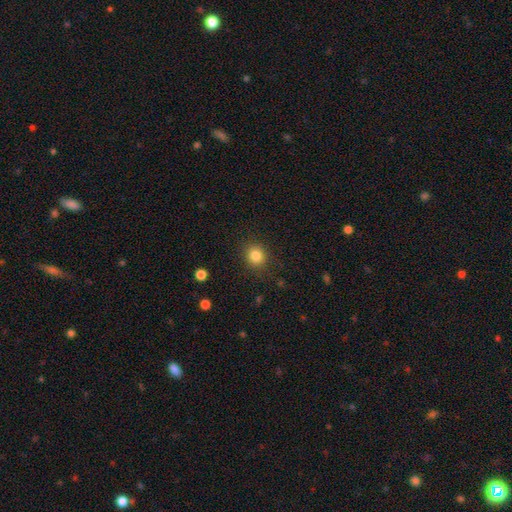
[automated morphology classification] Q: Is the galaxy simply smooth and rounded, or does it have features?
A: smooth — 84%.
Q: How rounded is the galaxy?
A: round — 82%.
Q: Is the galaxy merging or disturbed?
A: none — 88%.